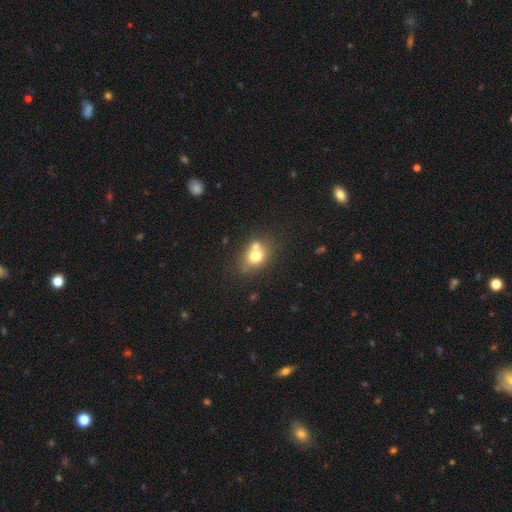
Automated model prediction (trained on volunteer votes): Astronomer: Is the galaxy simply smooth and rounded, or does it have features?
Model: smooth — 71%.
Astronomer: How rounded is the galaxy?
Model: round — 55% (runner-up: in between, 44%).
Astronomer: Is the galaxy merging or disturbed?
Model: none — 47% (runner-up: merger, 36%).